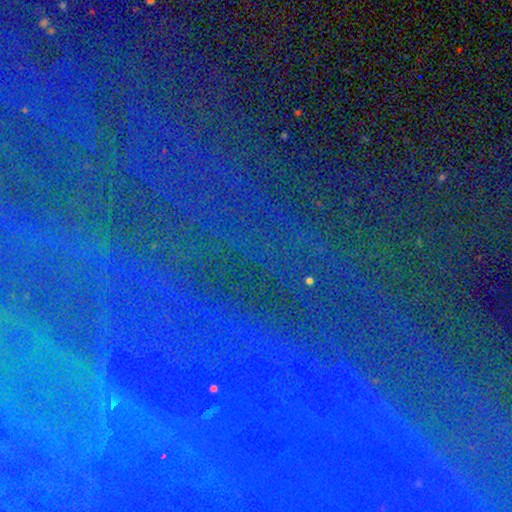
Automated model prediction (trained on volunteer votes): Morphology: type=star or artifact (78%).